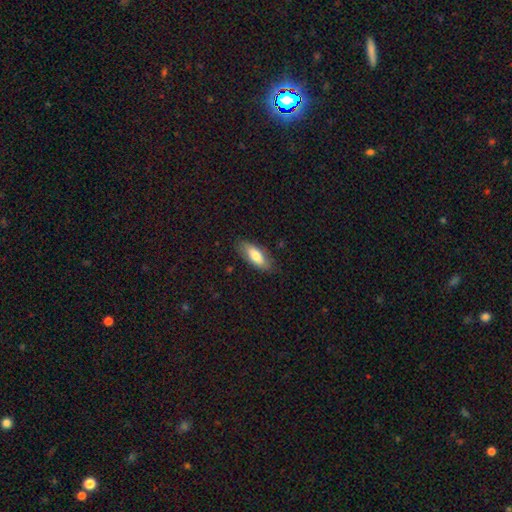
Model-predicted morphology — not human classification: smooth 75%, featured or disk 19%, star or artifact 6%. Down the decision tree: how rounded — in between (73%); merging — none (82%).